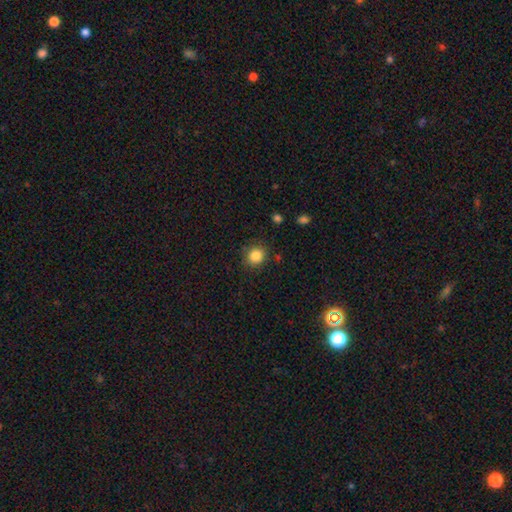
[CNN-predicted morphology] This appears to be a smooth galaxy with no disk features (85%) that is round (84%). Merging: none (85%).